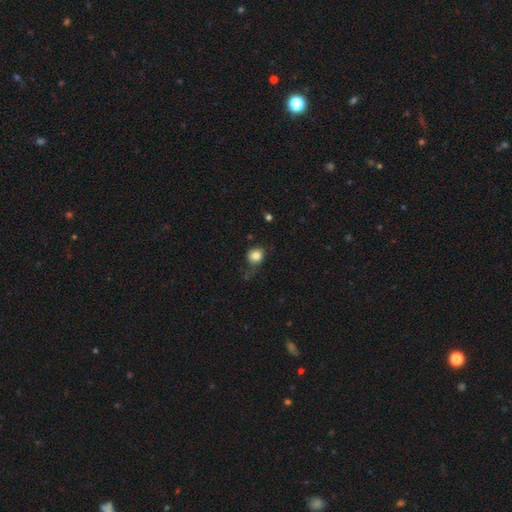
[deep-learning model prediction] Smooth or featured? smooth (82%)
How rounded? round (81%)
Merging? none (60%)